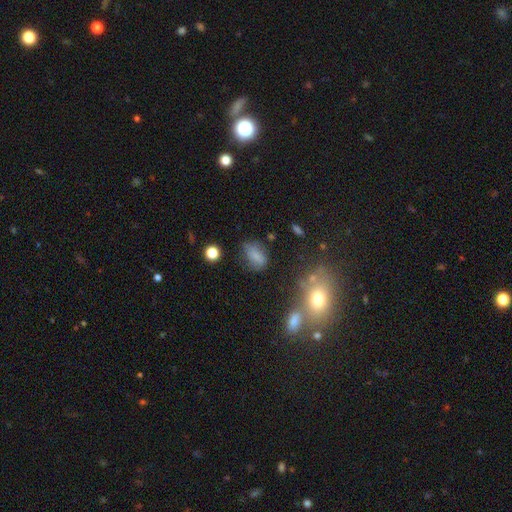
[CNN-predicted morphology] type=smooth (72%); roundness=in between (81%); merging=none (56%).